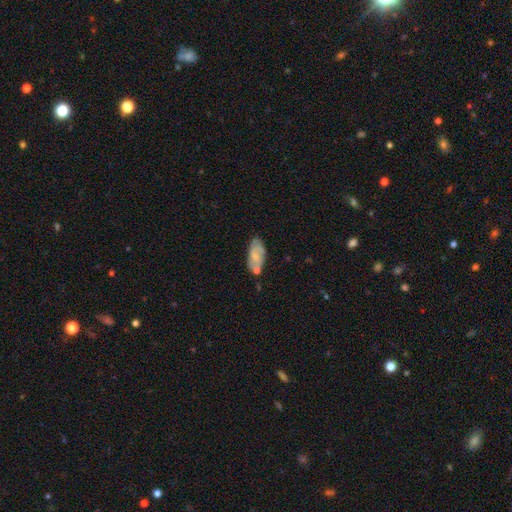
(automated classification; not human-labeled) Smooth or featured: smooth — 60% (featured or disk — 33%)
How rounded: in between — 87% (cigar-shaped — 10%)
Merging: none — 55% (minor disturbance — 24%)